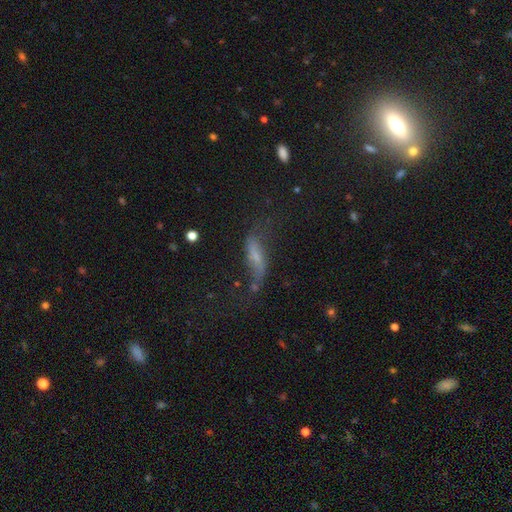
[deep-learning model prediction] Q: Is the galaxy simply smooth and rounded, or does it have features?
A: featured or disk — 46%.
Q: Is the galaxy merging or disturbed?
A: none — 40%.